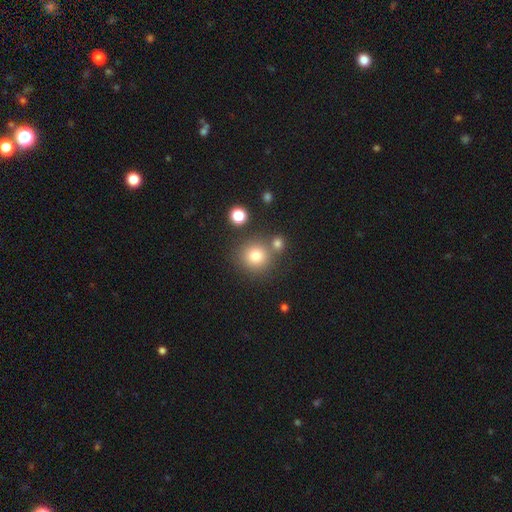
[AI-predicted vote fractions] smooth_or_featured: smooth (p=0.78) [alt: star or artifact p=0.13]
how_rounded: round (p=0.91) [alt: in between p=0.08]
merging: none (p=0.71) [alt: merger p=0.17]